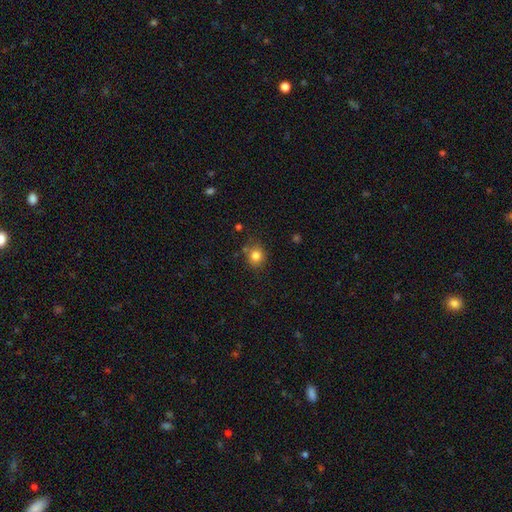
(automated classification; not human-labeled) smooth-or-featured: smooth: 81% | star or artifact: 12% | featured or disk: 7%
  how-rounded: round: 77% | in between: 22% | cigar-shaped: 1%
  merging: none: 78% | minor disturbance: 14% | merger: 5% | major disturbance: 4%